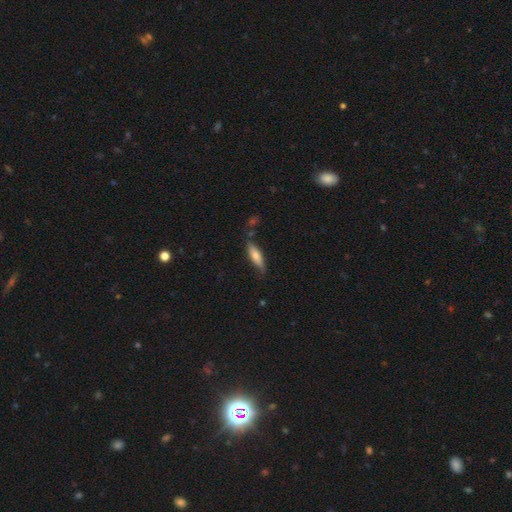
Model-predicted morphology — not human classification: Overall: smooth (70%). How rounded: cigar-shaped (59%; in between 39%). Merging: none (72%).